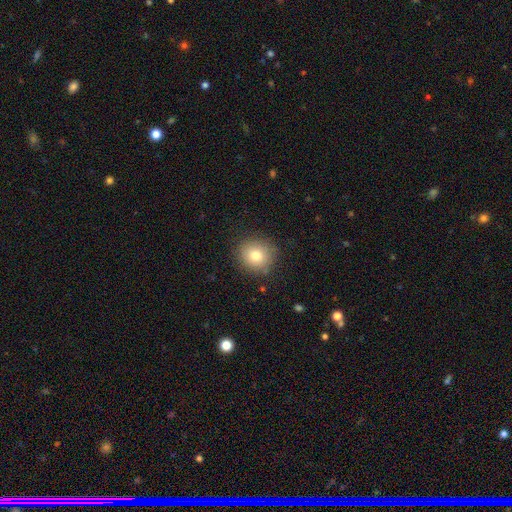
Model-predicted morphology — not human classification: The model was most divided on "smooth or featured": smooth: 79%, star or artifact: 11%, featured or disk: 10%. More confident: how rounded — round (88%); merging — none (87%).